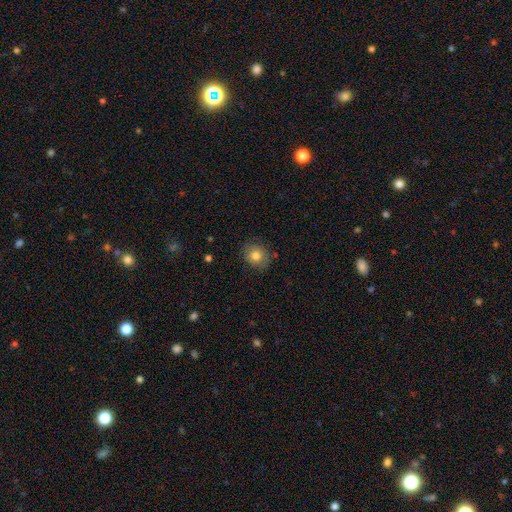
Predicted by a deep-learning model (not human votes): Smooth or featured? smooth (78%)
How rounded? round (72%)
Merging? none (83%)